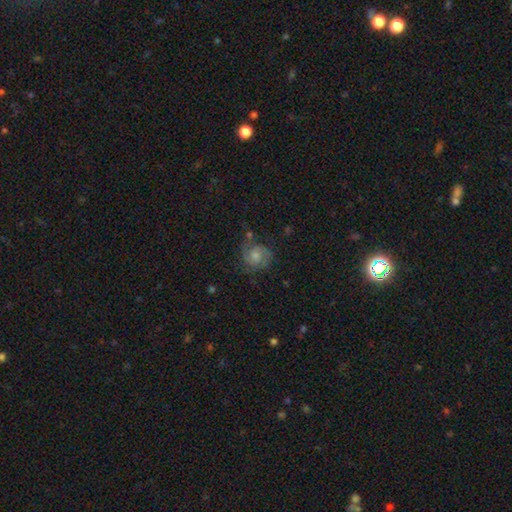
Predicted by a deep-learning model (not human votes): A featured or disk galaxy (53%) with no bar (72%), spiral arms (87%) and a moderate central bulge (42%).

Vote fractions:
- Smooth or featured? featured or disk: 53% / smooth: 38% / star or artifact: 9%
- Edge-on disk? no: 98% / yes: 2%
- Bar? no: 72% / weak: 25% / strong: 3%
- Spiral arms? yes: 87% / no: 13%
- Bulge size? moderate: 42% / small: 32% / none: 13% / large: 12% / dominant: 2%
- Merging? none: 58% / minor disturbance: 22% / major disturbance: 14% / merger: 6%